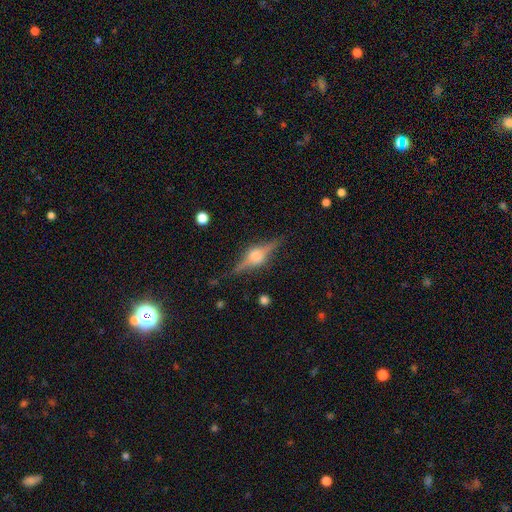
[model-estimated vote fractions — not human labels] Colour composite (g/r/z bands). It shows a featured or disk galaxy (82%) viewed edge-on (97%) with a rounded central bulge (90%). Merging: none (86%).